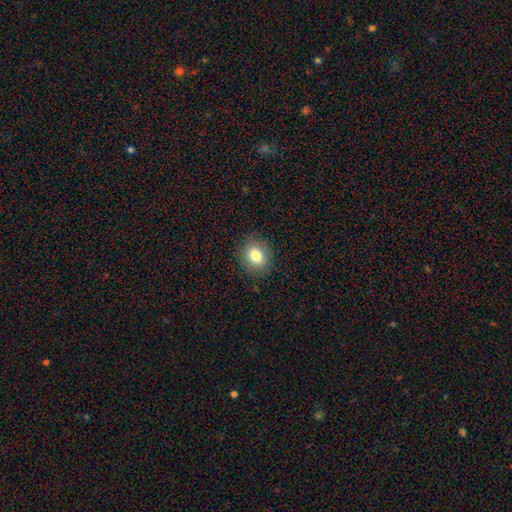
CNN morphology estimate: Smooth or featured?
  - smooth: 81% *
  - star or artifact: 10%
  - featured or disk: 9%
How rounded?
  - round: 61% *
  - in between: 38%
  - cigar-shaped: 1%
Merging?
  - none: 87% *
  - minor disturbance: 9%
  - major disturbance: 3%
  - merger: 1%